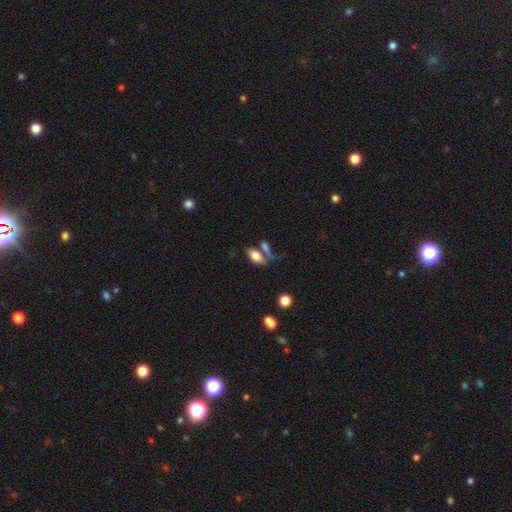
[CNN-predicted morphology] Smooth or featured?
  - smooth: 73% *
  - featured or disk: 18%
  - star or artifact: 9%
How rounded?
  - in between: 87% *
  - cigar-shaped: 9%
  - round: 4%
Merging?
  - none: 42% *
  - merger: 34%
  - minor disturbance: 14%
  - major disturbance: 9%